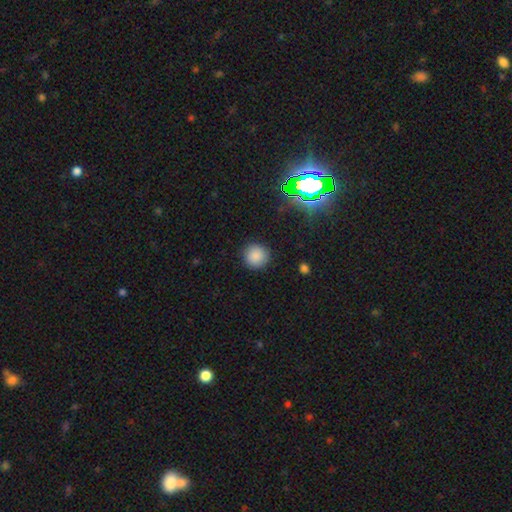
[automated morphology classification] Smooth or featured? smooth (85%)
How rounded? round (94%)
Merging? none (91%)